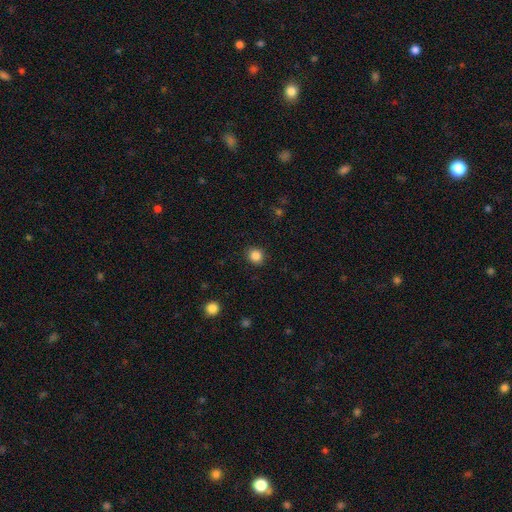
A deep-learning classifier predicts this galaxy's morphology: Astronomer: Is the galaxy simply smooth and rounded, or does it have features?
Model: smooth — 86%.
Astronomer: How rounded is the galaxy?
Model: round — 82%.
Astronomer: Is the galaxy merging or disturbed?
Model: none — 90%.